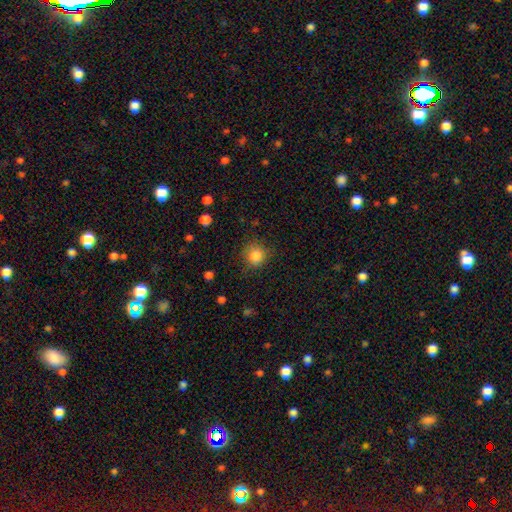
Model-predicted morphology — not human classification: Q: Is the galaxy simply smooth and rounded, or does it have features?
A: smooth — 84%.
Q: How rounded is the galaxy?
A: round — 89%.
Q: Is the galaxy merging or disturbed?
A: none — 81%.